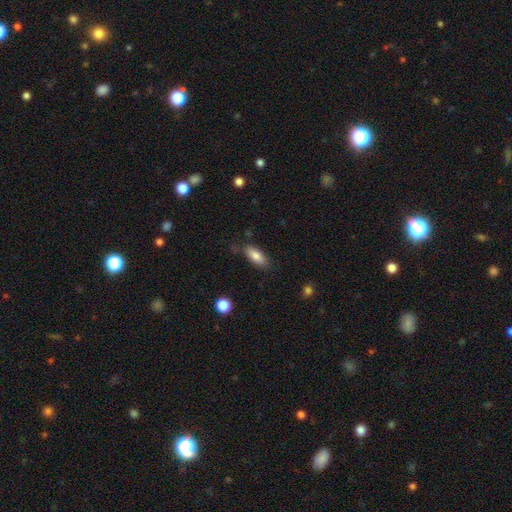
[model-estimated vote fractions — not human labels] Q: Smooth or featured?
A: smooth (82%); runner-up: featured or disk (11%)
Q: How rounded?
A: in between (81%); runner-up: cigar-shaped (16%)
Q: Merging?
A: none (78%); runner-up: minor disturbance (16%)